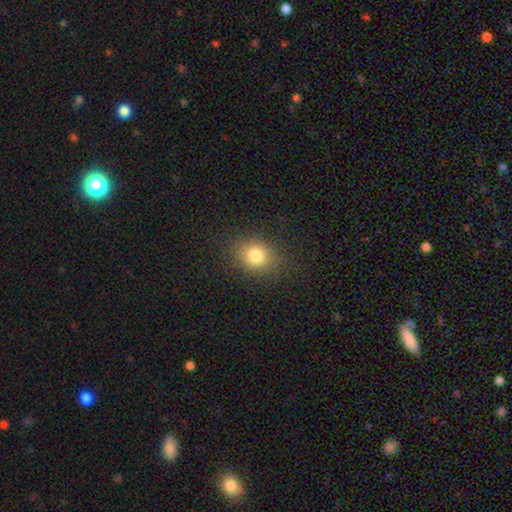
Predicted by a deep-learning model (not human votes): A smooth galaxy with no disk features (80%) that is round (64%).

Vote fractions:
- Smooth or featured? smooth: 80% / star or artifact: 13% / featured or disk: 7%
- How rounded? round: 64% / in between: 35% / cigar-shaped: 1%
- Merging? none: 85% / minor disturbance: 10% / major disturbance: 4% / merger: 1%